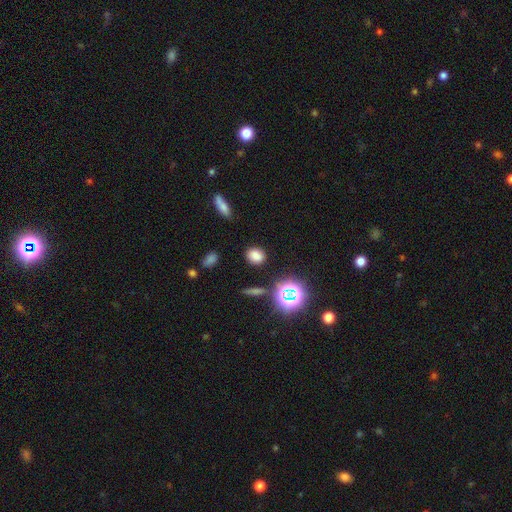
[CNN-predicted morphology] A smooth galaxy with no disk features (76%) that is round (54%). Merging: none (85%).